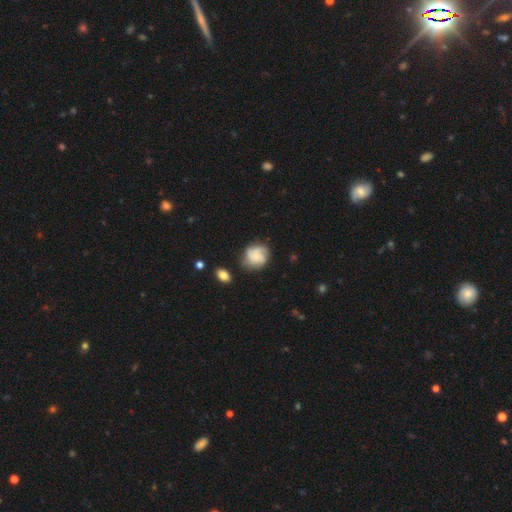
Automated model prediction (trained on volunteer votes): Morphology: type=smooth (51%); roundness=round (70%); merging=none (64%).